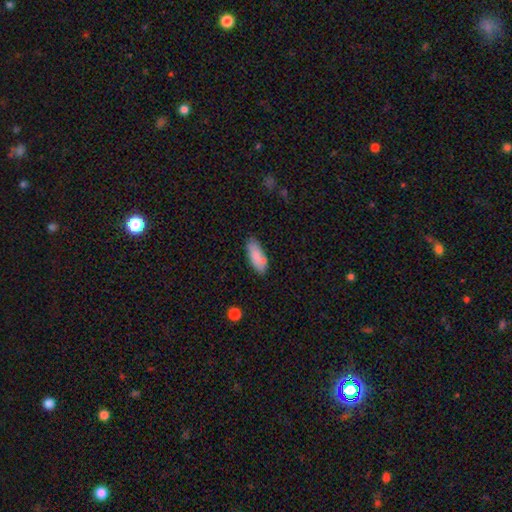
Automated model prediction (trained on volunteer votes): Q: Smooth or featured?
A: smooth (83%); runner-up: featured or disk (10%)
Q: How rounded?
A: in between (80%); runner-up: cigar-shaped (18%)
Q: Merging?
A: none (74%); runner-up: minor disturbance (16%)